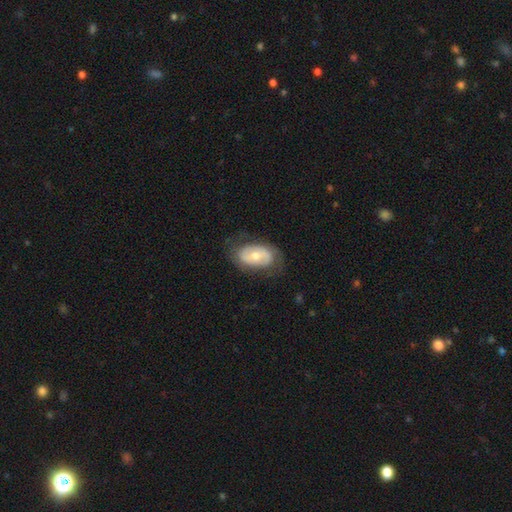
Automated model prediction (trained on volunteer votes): smooth-or-featured: featured or disk: 55% | smooth: 39% | star or artifact: 6%
  disk-edge-on: no: 94% | yes: 6%
    bar: no: 56% | weak: 33% | strong: 11%
    has-spiral-arms: yes: 67% | no: 33%
    bulge-size: moderate: 62% | small: 31% | large: 4% | none: 1% | dominant: 1%
  merging: none: 69% | minor disturbance: 20% | major disturbance: 9% | merger: 1%